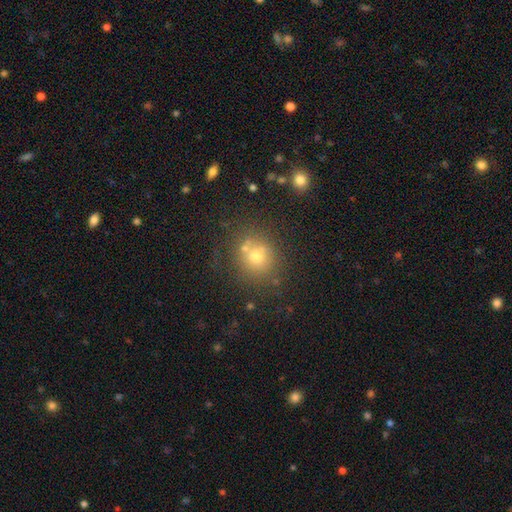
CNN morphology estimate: Smooth or featured?
  - smooth: 69% *
  - star or artifact: 19%
  - featured or disk: 13%
How rounded?
  - round: 84% *
  - in between: 15%
  - cigar-shaped: 1%
Merging?
  - none: 68% *
  - merger: 16%
  - minor disturbance: 11%
  - major disturbance: 4%